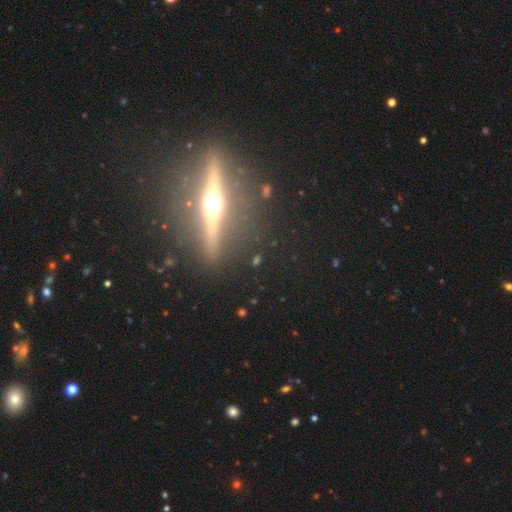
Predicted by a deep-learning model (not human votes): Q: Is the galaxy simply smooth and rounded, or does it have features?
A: featured or disk — 81%.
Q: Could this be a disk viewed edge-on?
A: yes — 96%.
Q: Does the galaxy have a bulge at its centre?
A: rounded — 96%.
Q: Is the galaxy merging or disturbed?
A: none — 88%.